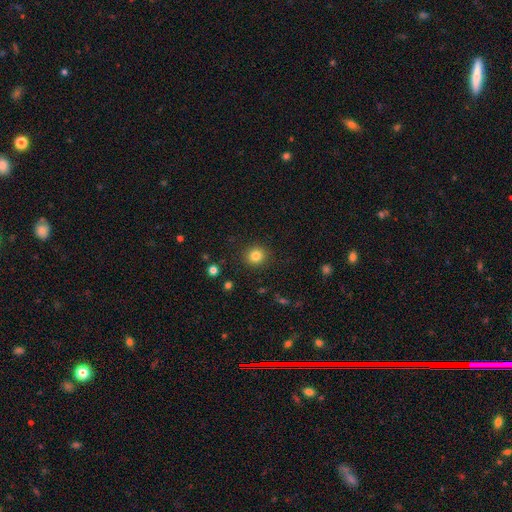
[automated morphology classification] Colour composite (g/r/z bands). It shows a smooth galaxy with no disk features (83%) that is round (88%). Merging: none (90%).